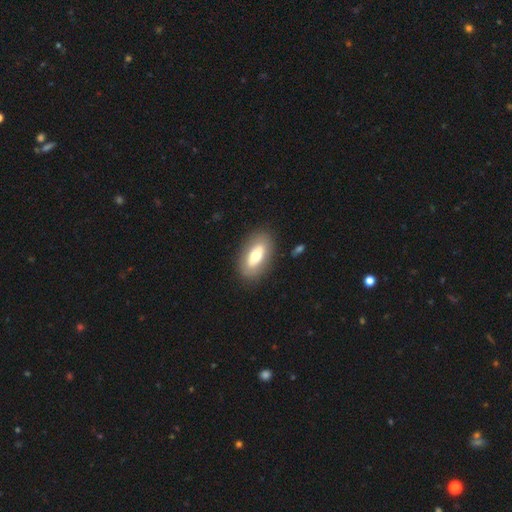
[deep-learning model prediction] Q: Smooth or featured?
A: smooth (59%); runner-up: featured or disk (35%)
Q: How rounded?
A: in between (89%); runner-up: cigar-shaped (6%)
Q: Merging?
A: none (84%); runner-up: minor disturbance (10%)